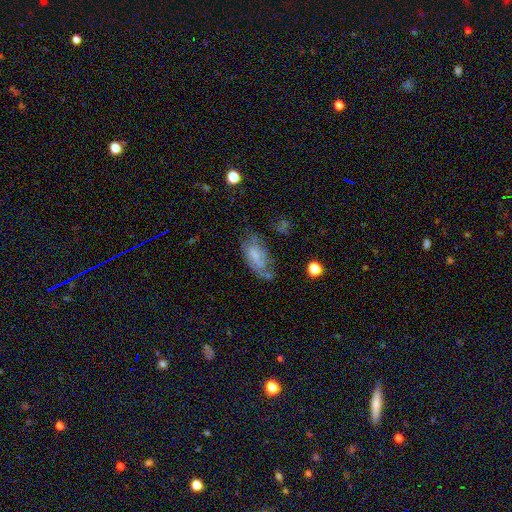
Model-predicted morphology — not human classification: type=smooth (49%); merging=none (42%).